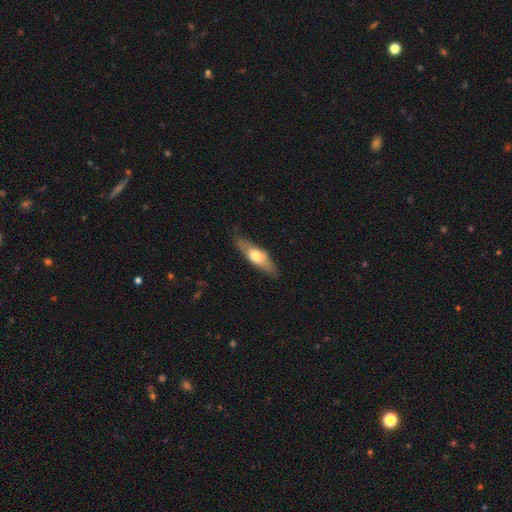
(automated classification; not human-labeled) A smooth galaxy with no disk features (52%) that is cigar-shaped (57%). Merging: none (77%).